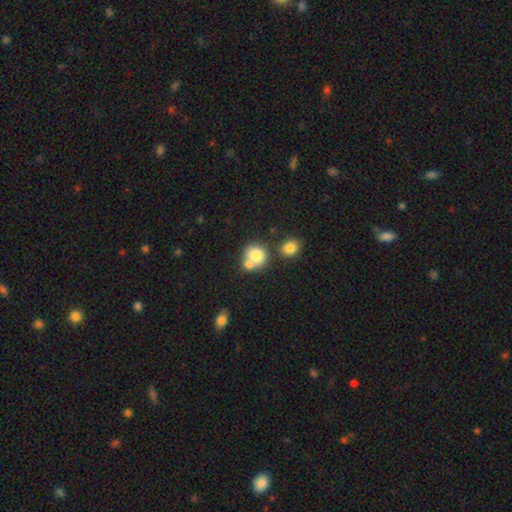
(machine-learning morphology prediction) This appears to be a smooth galaxy with no disk features (78%) that is round (81%). Merging: merger (44%).